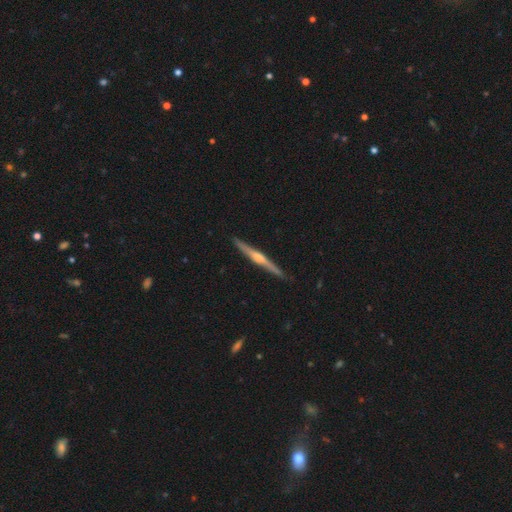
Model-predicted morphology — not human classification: featured or disk 79%, smooth 16%, star or artifact 5%. Down the decision tree: edge-on disk — yes (98%); edge-on bulge — rounded (83%); merging — none (91%).